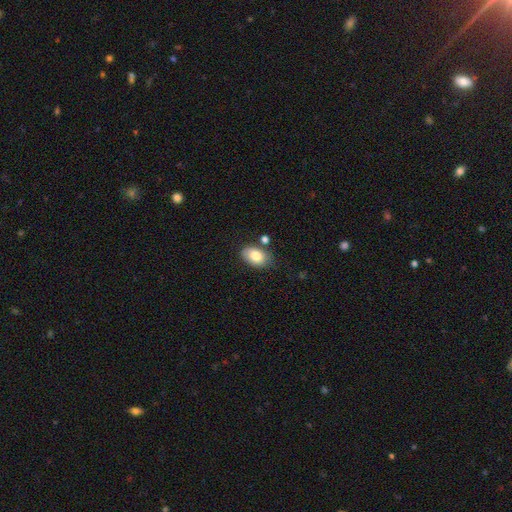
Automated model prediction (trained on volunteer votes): Overall: smooth (80%). How rounded: in between (87%). Merging: none (70%).